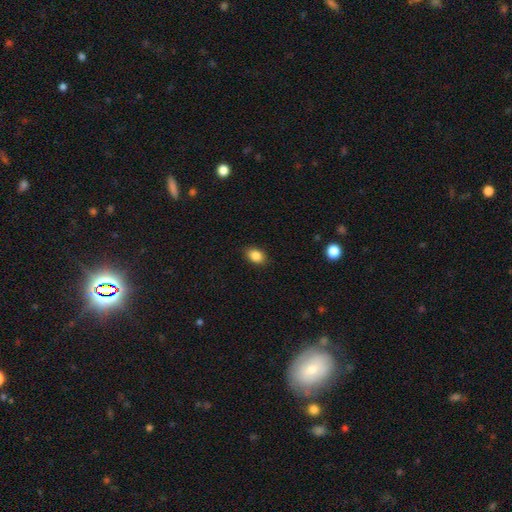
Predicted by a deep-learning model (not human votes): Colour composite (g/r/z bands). It shows a smooth galaxy with no disk features (86%) that is in between round and cigar-shaped (78%). Merging: none (87%).